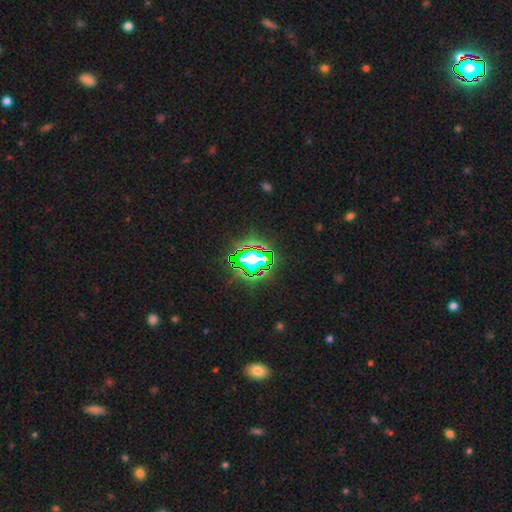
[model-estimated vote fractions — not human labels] Smooth or featured?
  - star or artifact: 77% *
  - smooth: 14%
  - featured or disk: 9%